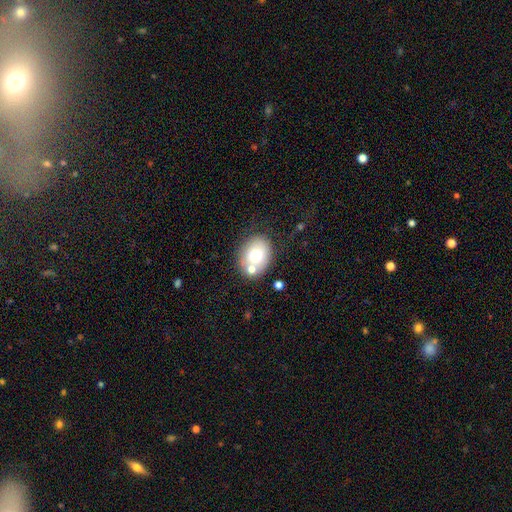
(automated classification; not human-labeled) Smooth or featured?
  - smooth: 70% *
  - featured or disk: 21%
  - star or artifact: 9%
How rounded?
  - in between: 55% *
  - round: 44%
  - cigar-shaped: 1%
Merging?
  - none: 63% *
  - merger: 17%
  - minor disturbance: 15%
  - major disturbance: 5%